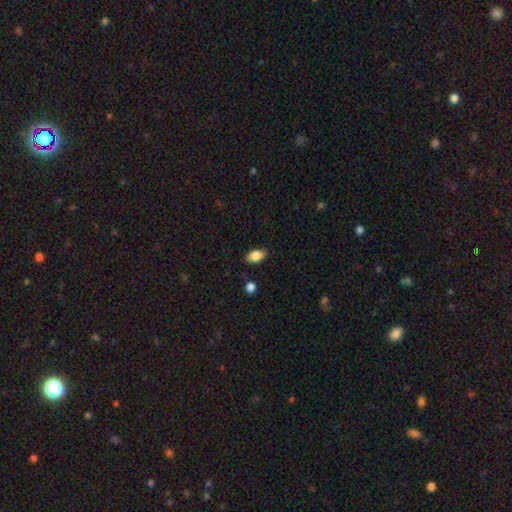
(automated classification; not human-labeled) Smooth or featured: smooth — 85% (star or artifact — 8%)
How rounded: in between — 88% (round — 10%)
Merging: none — 85% (minor disturbance — 11%)